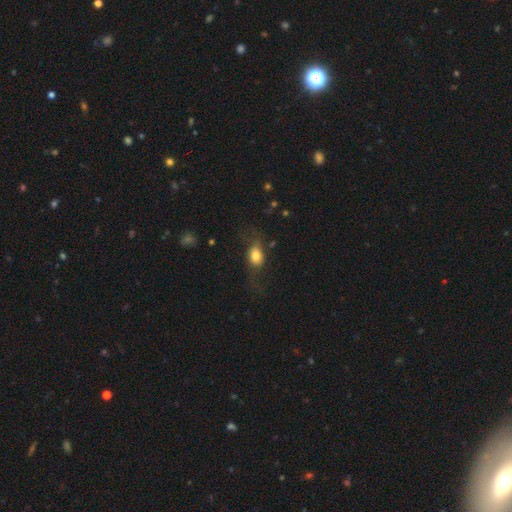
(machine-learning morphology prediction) Smooth or featured? Predicted: smooth (p=0.71). How rounded? Predicted: in between (p=0.66). Merging? Predicted: none (p=0.47).